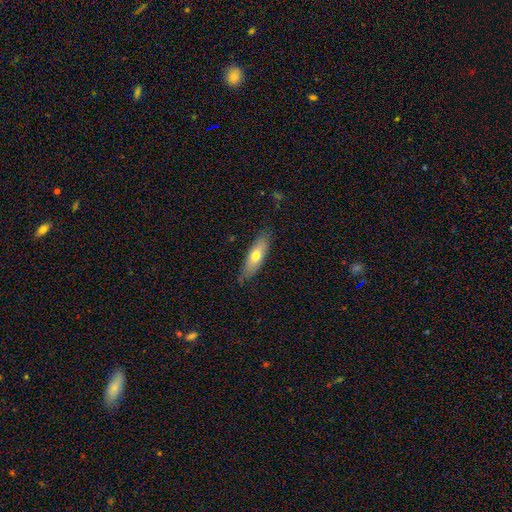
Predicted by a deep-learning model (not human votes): smooth-or-featured: smooth: 65% | featured or disk: 29% | star or artifact: 6%
  how-rounded: in between: 53% | cigar-shaped: 45% | round: 2%
  merging: none: 80% | minor disturbance: 16% | major disturbance: 3% | merger: 1%